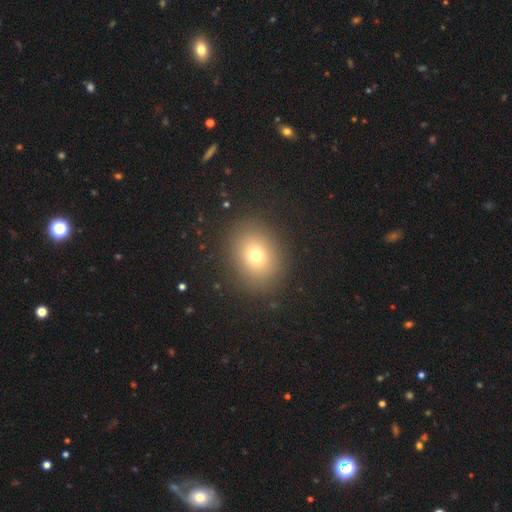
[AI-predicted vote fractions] Smooth or featured?
  - smooth: 73% *
  - star or artifact: 15%
  - featured or disk: 12%
How rounded?
  - round: 56% *
  - in between: 43%
  - cigar-shaped: 1%
Merging?
  - none: 88% *
  - minor disturbance: 7%
  - major disturbance: 3%
  - merger: 1%